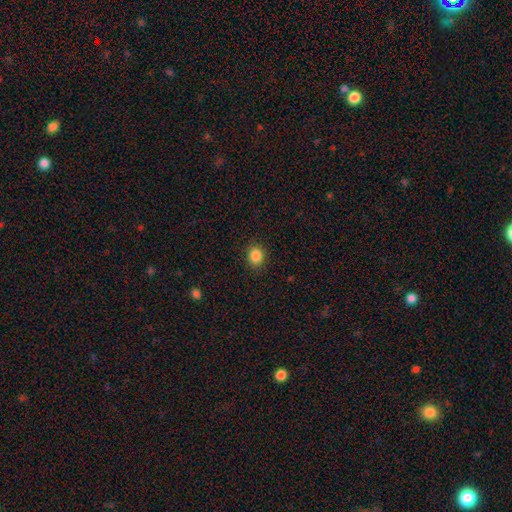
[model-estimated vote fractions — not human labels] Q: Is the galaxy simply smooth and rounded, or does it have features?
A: smooth — 86%.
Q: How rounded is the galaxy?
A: round — 64%.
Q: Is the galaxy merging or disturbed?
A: none — 89%.